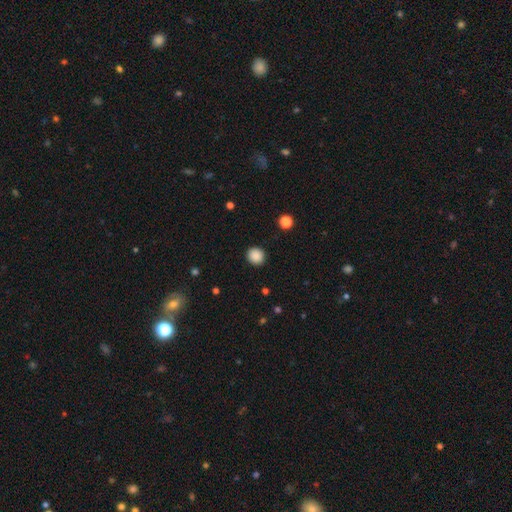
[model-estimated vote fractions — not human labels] Morphology: type=smooth (88%); roundness=round (87%); merging=none (91%).